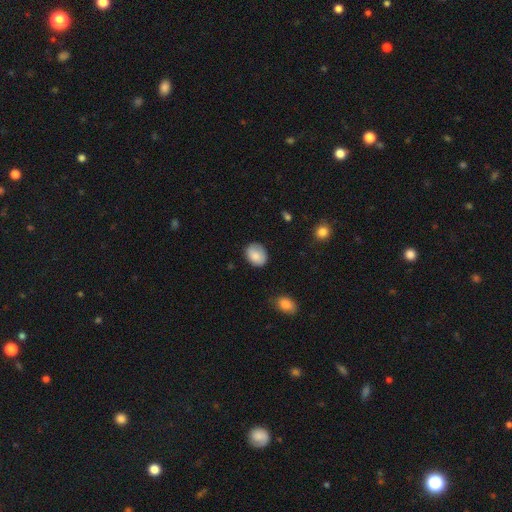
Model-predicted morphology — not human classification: type=smooth (84%); roundness=in between (55%); merging=none (77%).